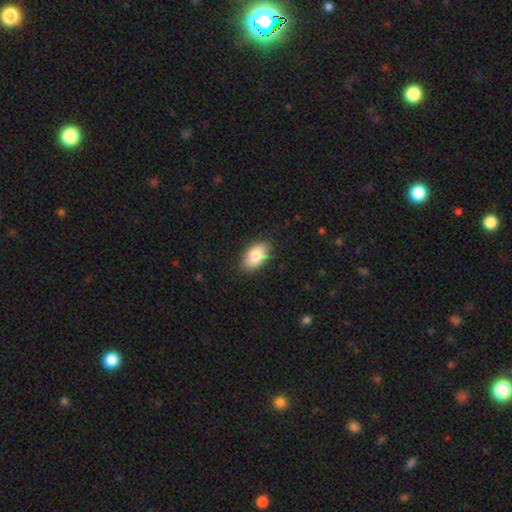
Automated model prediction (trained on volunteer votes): This appears to be a smooth galaxy with no disk features (84%) that is in between round and cigar-shaped (93%). Merging: none (86%).